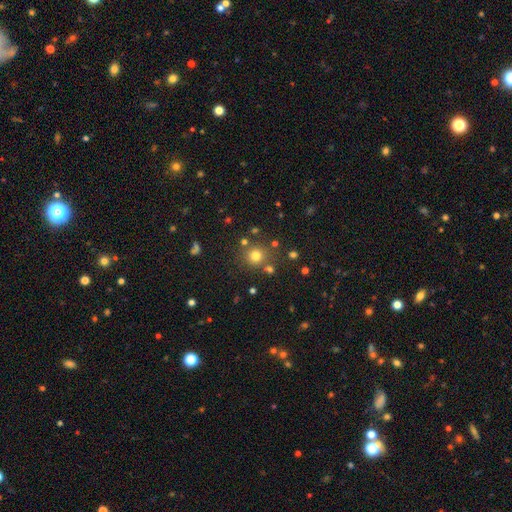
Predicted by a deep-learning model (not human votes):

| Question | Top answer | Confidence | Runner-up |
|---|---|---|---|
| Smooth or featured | smooth | 75% | star or artifact (18%) |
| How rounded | round | 91% | in between (8%) |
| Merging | none | 80% | minor disturbance (9%) |